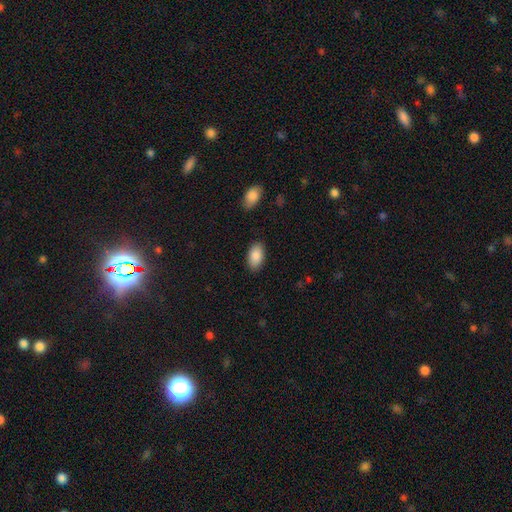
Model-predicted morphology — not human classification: Smooth or featured?
  - smooth: 88% *
  - star or artifact: 6%
  - featured or disk: 5%
How rounded?
  - in between: 94% *
  - round: 4%
  - cigar-shaped: 2%
Merging?
  - none: 87% *
  - minor disturbance: 9%
  - major disturbance: 2%
  - merger: 1%